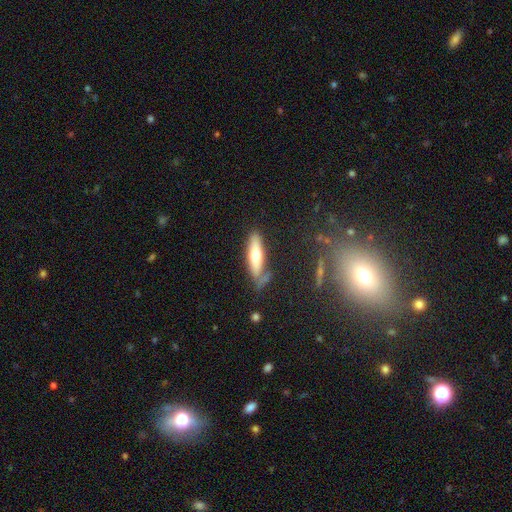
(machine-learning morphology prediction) Smooth or featured?
  - smooth: 59% *
  - featured or disk: 34%
  - star or artifact: 6%
How rounded?
  - cigar-shaped: 65% *
  - in between: 33%
  - round: 2%
Merging?
  - none: 65% *
  - minor disturbance: 21%
  - merger: 7%
  - major disturbance: 7%